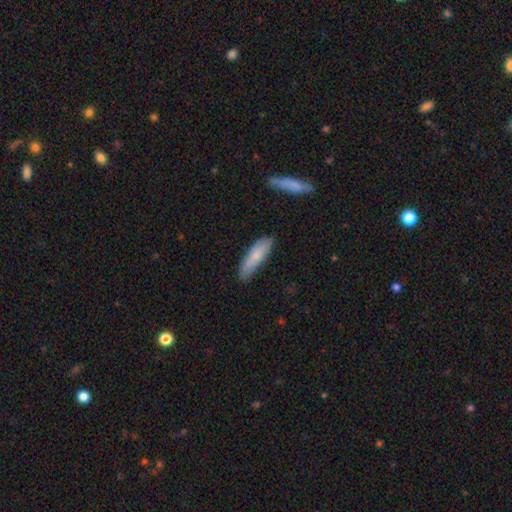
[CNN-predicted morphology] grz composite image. It shows a smooth galaxy with no disk features (76%) that is cigar-shaped (58%). Merging: none (71%).